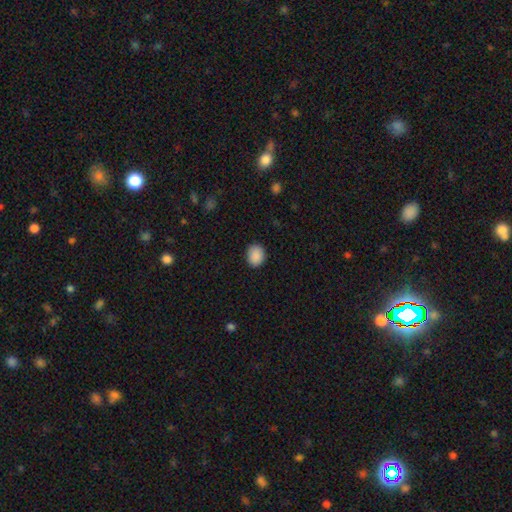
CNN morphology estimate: A smooth galaxy with no disk features (89%) that is round (59%).

Vote fractions:
- Smooth or featured? smooth: 89% / star or artifact: 8% / featured or disk: 3%
- How rounded? round: 59% / in between: 40% / cigar-shaped: 1%
- Merging? none: 88% / minor disturbance: 8% / major disturbance: 2% / merger: 1%